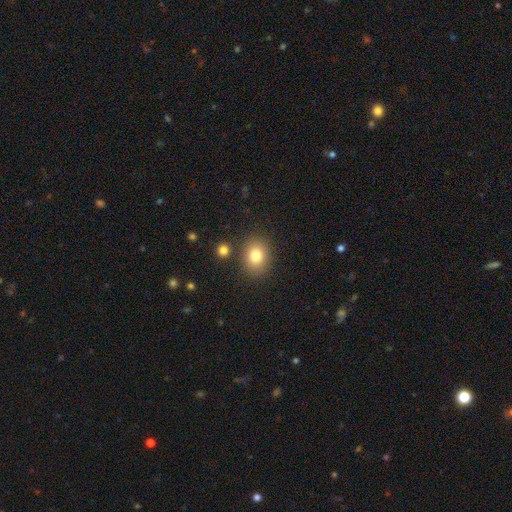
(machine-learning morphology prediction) Smooth or featured? smooth (80%)
How rounded? round (50%)
Merging? none (82%)